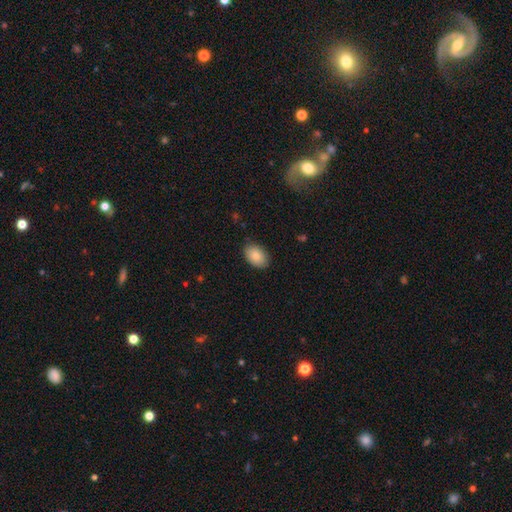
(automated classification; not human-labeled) The model was most divided on "merging": none: 85%, minor disturbance: 11%, major disturbance: 2%, merger: 1%. More confident: how rounded — in between (87%); smooth or featured — smooth (86%).